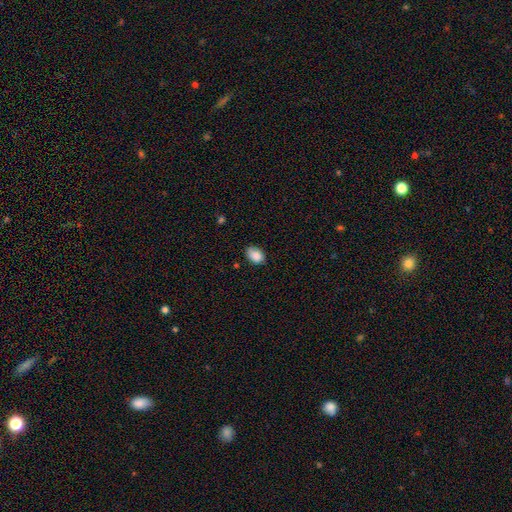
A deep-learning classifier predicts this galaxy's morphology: Smooth or featured? smooth (87%)
How rounded? in between (80%)
Merging? none (73%)